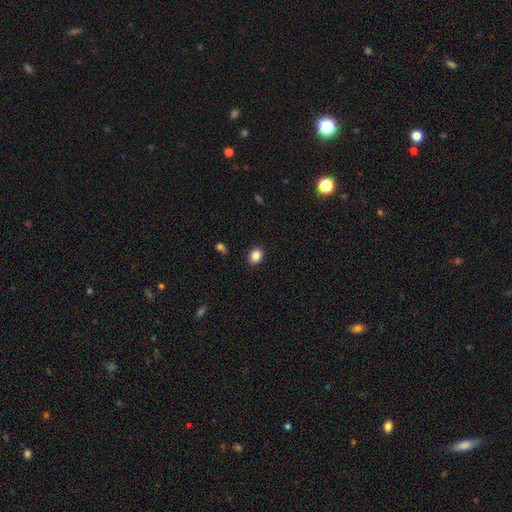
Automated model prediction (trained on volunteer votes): smooth_or_featured: smooth (p=0.87) [alt: star or artifact p=0.10]
how_rounded: round (p=0.51) [alt: in between p=0.48]
merging: none (p=0.87) [alt: minor disturbance p=0.09]